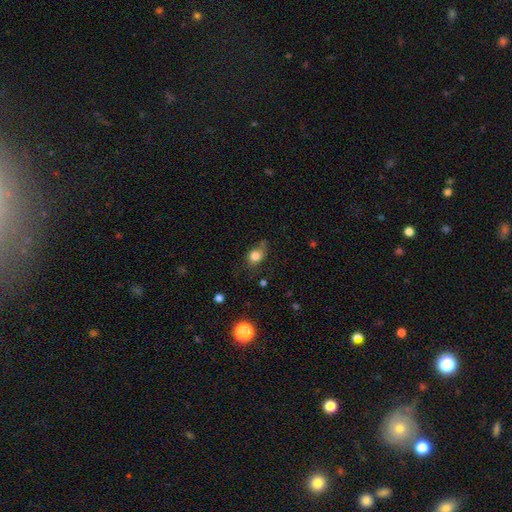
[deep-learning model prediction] Morphology: type=smooth (78%); roundness=in between (53%); merging=none (54%).